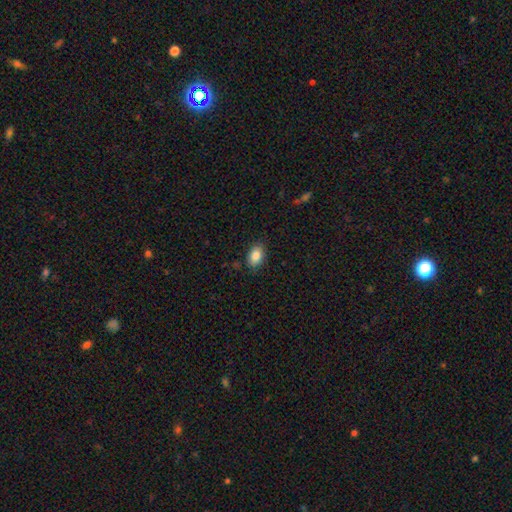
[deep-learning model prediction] smooth_or_featured: smooth (p=0.87) [alt: star or artifact p=0.08]
how_rounded: in between (p=0.88) [alt: round p=0.10]
merging: none (p=0.84) [alt: minor disturbance p=0.12]